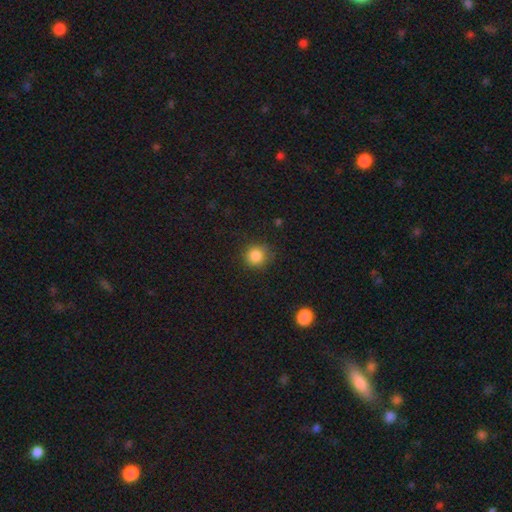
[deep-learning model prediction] Smooth or featured? smooth (85%)
How rounded? round (91%)
Merging? none (83%)